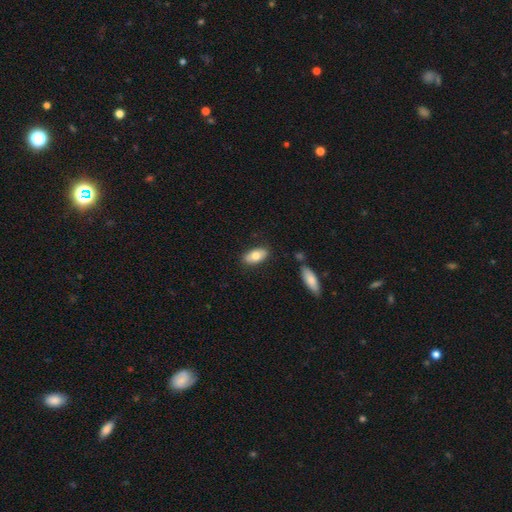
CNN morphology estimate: A smooth galaxy with no disk features (76%) that is in between round and cigar-shaped (90%).

Vote fractions:
- Smooth or featured? smooth: 76% / featured or disk: 18% / star or artifact: 6%
- How rounded? in between: 90% / cigar-shaped: 7% / round: 3%
- Merging? none: 83% / minor disturbance: 11% / merger: 3% / major disturbance: 2%